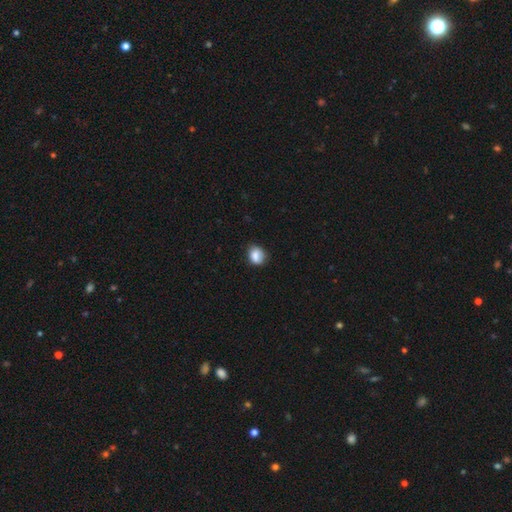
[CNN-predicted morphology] Smooth or featured? Predicted: smooth (p=0.84). How rounded? Predicted: round (p=0.54). Merging? Predicted: none (p=0.72).